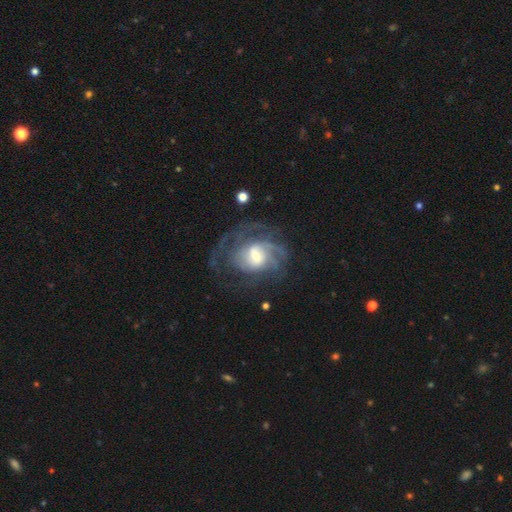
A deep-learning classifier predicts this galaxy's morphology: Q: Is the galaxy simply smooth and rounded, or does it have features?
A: featured or disk — 83%.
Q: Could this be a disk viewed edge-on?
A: no — 97%.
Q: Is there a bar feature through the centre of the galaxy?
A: weak — 49%.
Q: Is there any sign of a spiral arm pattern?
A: yes — 93%.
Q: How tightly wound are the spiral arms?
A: medium — 43%.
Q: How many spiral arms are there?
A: can't tell — 31%.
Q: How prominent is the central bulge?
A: moderate — 45%.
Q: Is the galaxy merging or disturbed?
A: none — 51%.